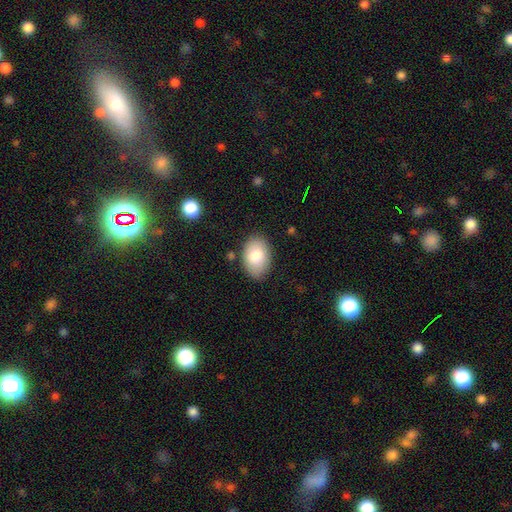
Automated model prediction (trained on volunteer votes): smooth-or-featured: smooth: 82% | featured or disk: 12% | star or artifact: 7%
  how-rounded: in between: 89% | round: 9% | cigar-shaped: 1%
  merging: none: 81% | minor disturbance: 14% | major disturbance: 3% | merger: 2%